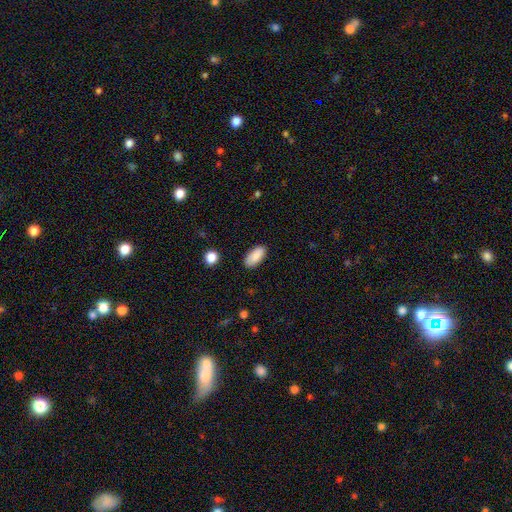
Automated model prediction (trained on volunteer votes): Smooth or featured?
  - smooth: 89% *
  - star or artifact: 7%
  - featured or disk: 4%
How rounded?
  - in between: 90% *
  - cigar-shaped: 8%
  - round: 2%
Merging?
  - none: 87% *
  - minor disturbance: 10%
  - major disturbance: 2%
  - merger: 1%